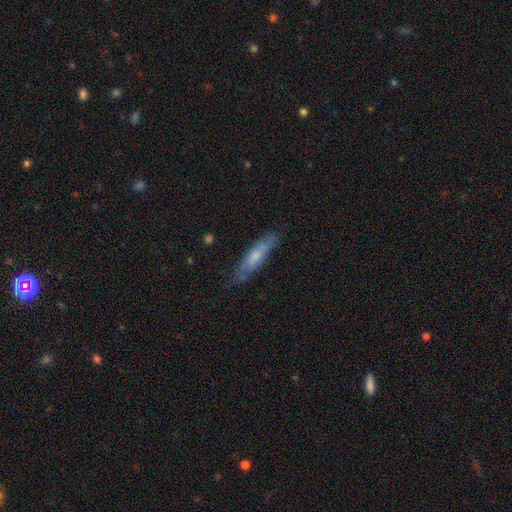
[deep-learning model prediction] A smooth galaxy with no disk features (56%) that is cigar-shaped (77%). Merging: none (75%).